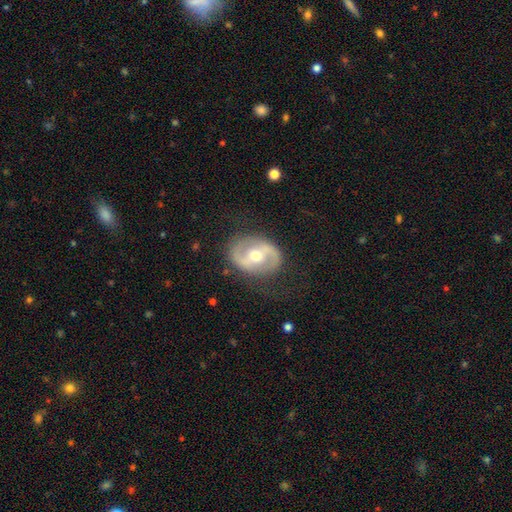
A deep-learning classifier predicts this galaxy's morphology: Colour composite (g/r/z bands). It shows a featured or disk galaxy (81%) with a weak bar (39%), 2 (89%) medium (46%) spiral arms (79%) and a moderate central bulge (66%). Merging: none (78%).